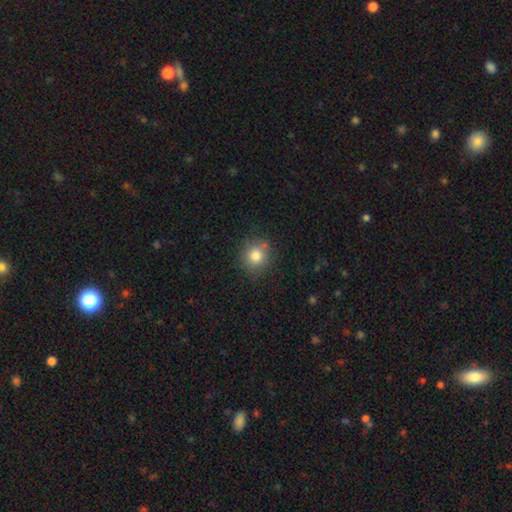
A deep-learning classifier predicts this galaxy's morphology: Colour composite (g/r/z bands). It shows a smooth galaxy with no disk features (81%) that is round (90%). Merging: none (82%).